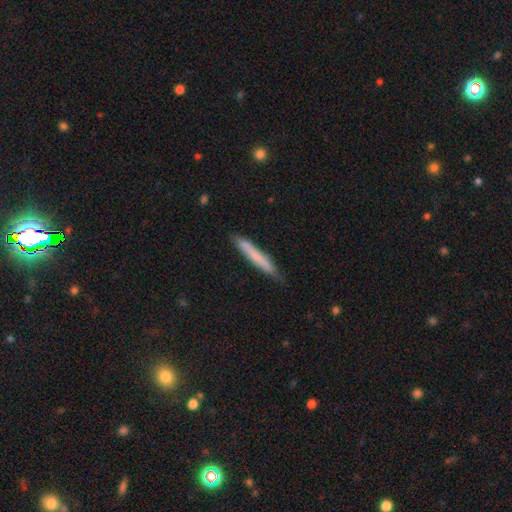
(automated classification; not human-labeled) smooth_or_featured: smooth (p=0.72) [alt: featured or disk p=0.22]
how_rounded: cigar-shaped (p=0.96) [alt: in between p=0.03]
merging: none (p=0.81) [alt: minor disturbance p=0.15]